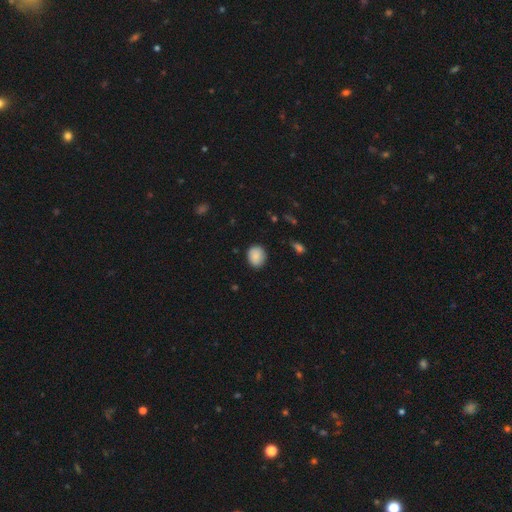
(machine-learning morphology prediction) Smooth or featured? smooth (88%)
How rounded? round (61%)
Merging? none (85%)